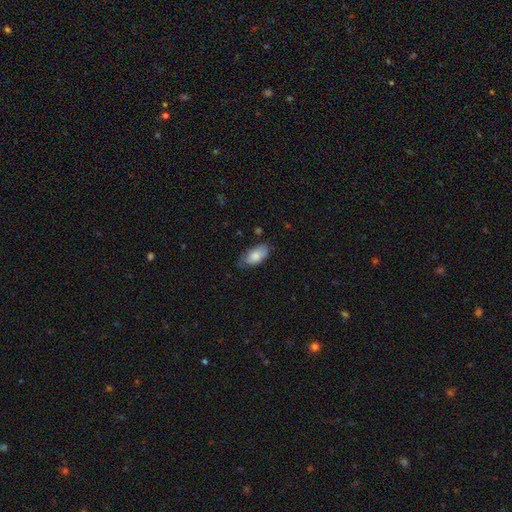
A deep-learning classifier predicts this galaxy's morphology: Smooth or featured? Predicted: smooth (p=0.80). How rounded? Predicted: in between (p=0.92). Merging? Predicted: none (p=0.60).